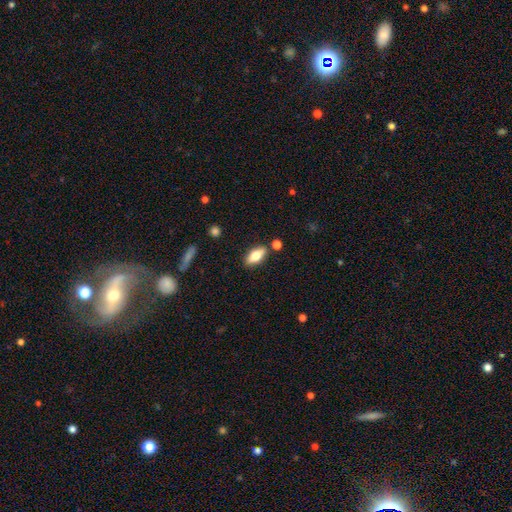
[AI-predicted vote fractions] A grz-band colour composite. It shows a smooth galaxy with no disk features (68%) that is in between round and cigar-shaped (80%). Merging: none (83%).